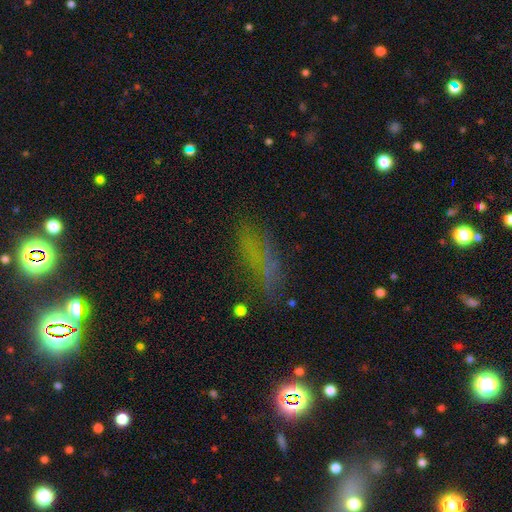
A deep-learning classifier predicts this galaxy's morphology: A smooth galaxy with no disk features (43%). Merging: none (64%).